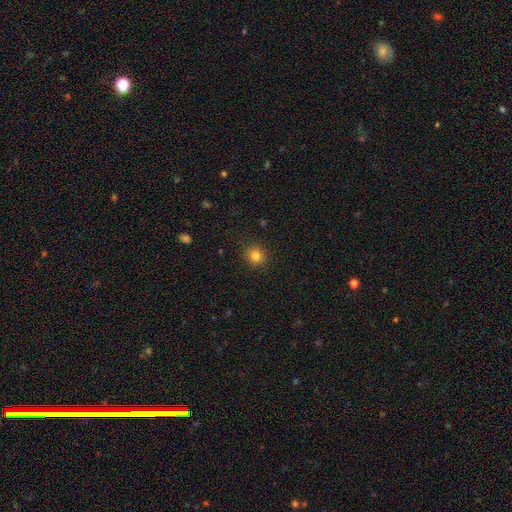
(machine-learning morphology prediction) Q: Smooth or featured?
A: smooth (82%); runner-up: star or artifact (13%)
Q: How rounded?
A: round (89%); runner-up: in between (10%)
Q: Merging?
A: none (90%); runner-up: minor disturbance (7%)